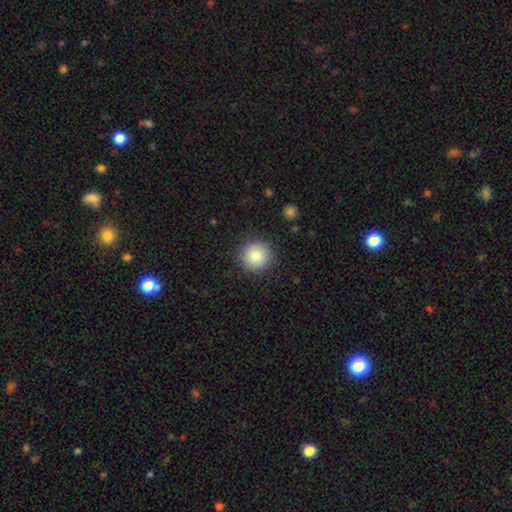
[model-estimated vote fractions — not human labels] Q: Smooth or featured?
A: smooth (84%); runner-up: star or artifact (9%)
Q: How rounded?
A: round (94%); runner-up: in between (5%)
Q: Merging?
A: none (89%); runner-up: minor disturbance (7%)